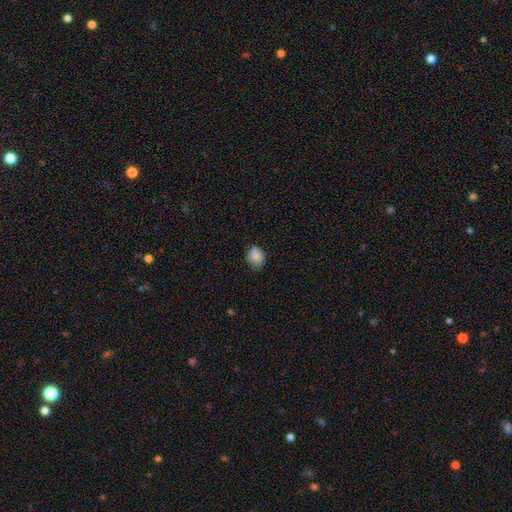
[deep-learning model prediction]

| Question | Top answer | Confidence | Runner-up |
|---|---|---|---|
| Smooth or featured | smooth | 86% | star or artifact (8%) |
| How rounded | round | 51% | in between (48%) |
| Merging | none | 71% | minor disturbance (24%) |